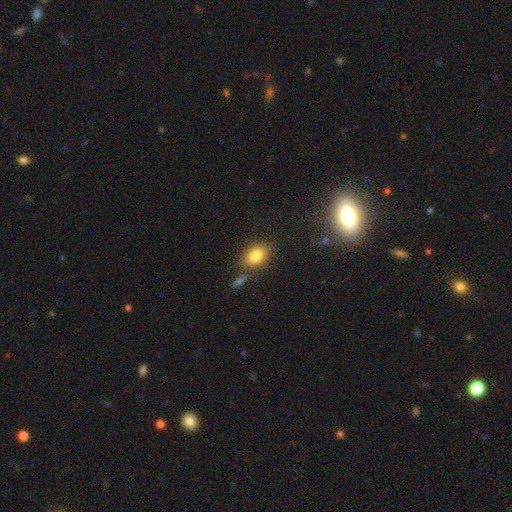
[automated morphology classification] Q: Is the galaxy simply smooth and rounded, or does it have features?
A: smooth — 83%.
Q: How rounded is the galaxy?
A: in between — 84%.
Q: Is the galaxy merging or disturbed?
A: none — 74%.